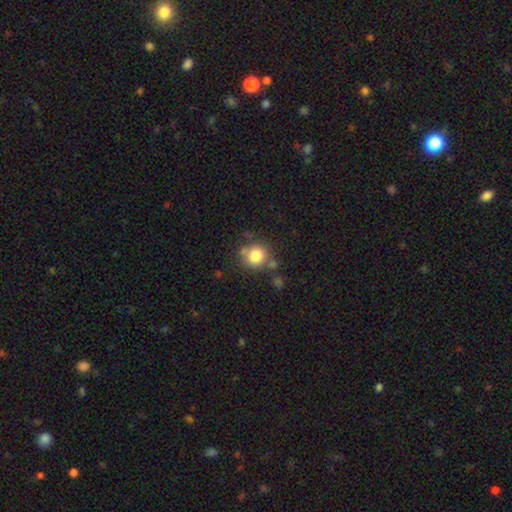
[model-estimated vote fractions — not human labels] smooth 81%, star or artifact 11%, featured or disk 9%. Down the decision tree: how rounded — round (87%); merging — none (69%).